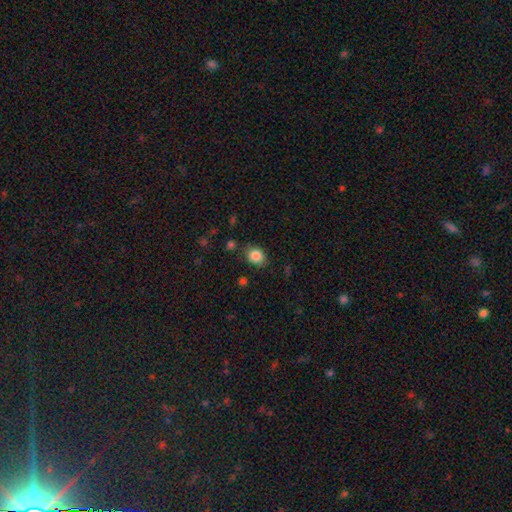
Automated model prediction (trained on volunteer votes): Smooth or featured?
  - smooth: 85% *
  - star or artifact: 10%
  - featured or disk: 5%
How rounded?
  - round: 56% *
  - in between: 43%
  - cigar-shaped: 1%
Merging?
  - none: 80% *
  - minor disturbance: 13%
  - major disturbance: 4%
  - merger: 3%